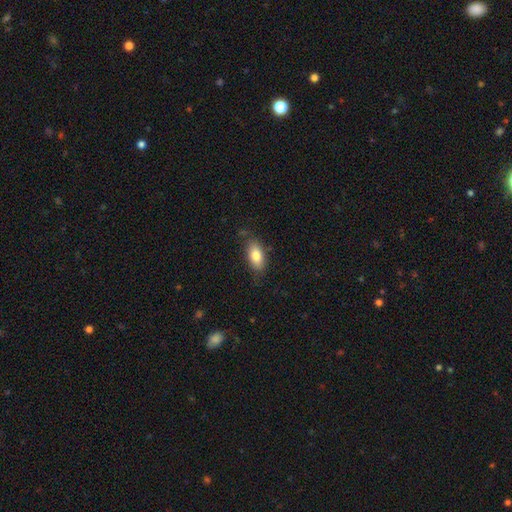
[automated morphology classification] This appears to be a smooth galaxy with no disk features (80%) that is in between round and cigar-shaped (89%). Merging: none (76%).